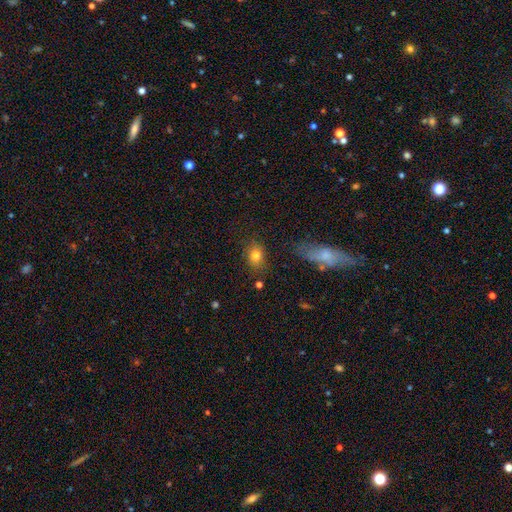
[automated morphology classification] Q: Smooth or featured?
A: smooth (80%); runner-up: star or artifact (11%)
Q: How rounded?
A: in between (62%); runner-up: round (36%)
Q: Merging?
A: none (78%); runner-up: minor disturbance (13%)